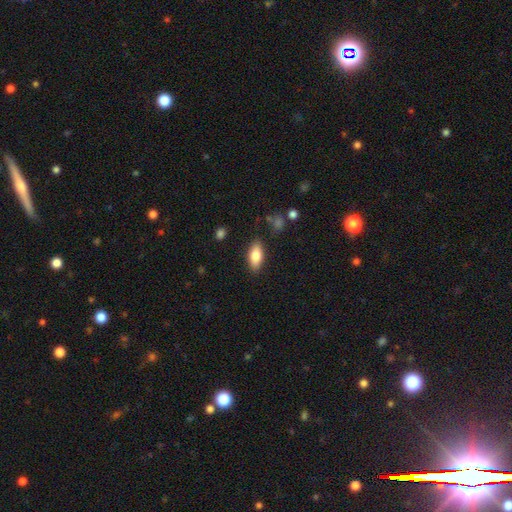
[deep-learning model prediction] smooth-or-featured: smooth: 79% | featured or disk: 14% | star or artifact: 7%
  how-rounded: in between: 84% | cigar-shaped: 14% | round: 3%
  merging: none: 85% | minor disturbance: 11% | major disturbance: 3% | merger: 2%